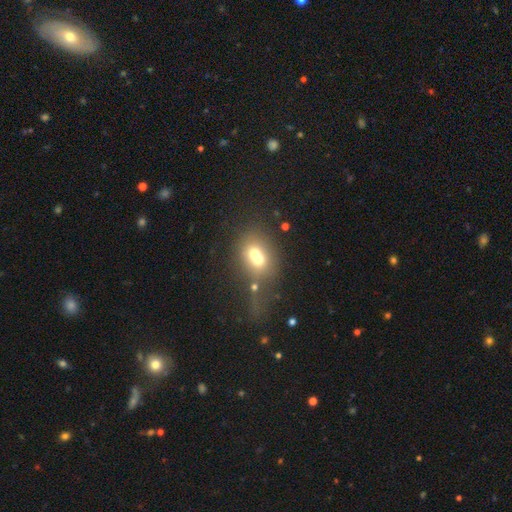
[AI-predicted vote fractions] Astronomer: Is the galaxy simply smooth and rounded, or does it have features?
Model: smooth — 58%.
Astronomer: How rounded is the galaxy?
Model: round — 54% (runner-up: in between, 45%).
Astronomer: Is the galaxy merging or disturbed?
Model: merger — 64%.